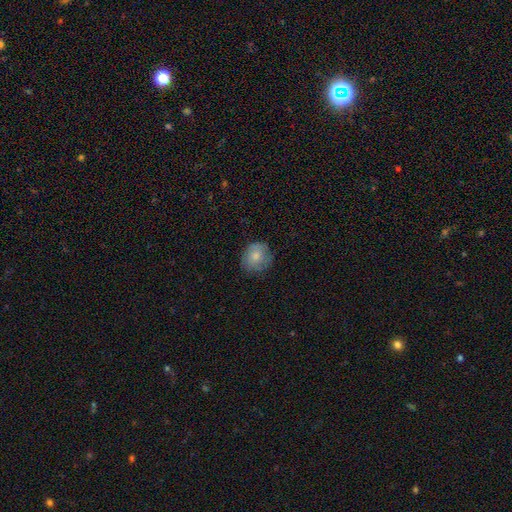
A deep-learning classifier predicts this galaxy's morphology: A smooth galaxy with no disk features (76%) that is round (78%). Merging: none (73%).